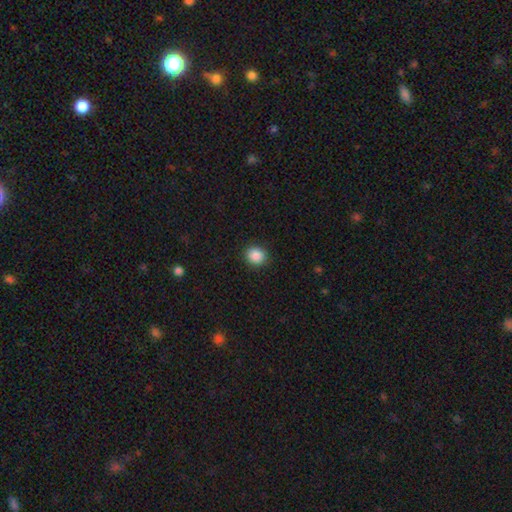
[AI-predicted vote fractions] A smooth galaxy with no disk features (88%) that is round (81%). Merging: none (90%).